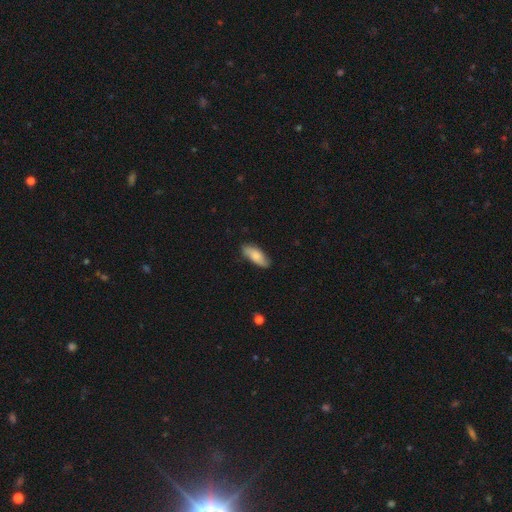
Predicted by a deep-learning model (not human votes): Smooth or featured? Predicted: smooth (p=0.77). How rounded? Predicted: in between (p=0.76). Merging? Predicted: none (p=0.81).